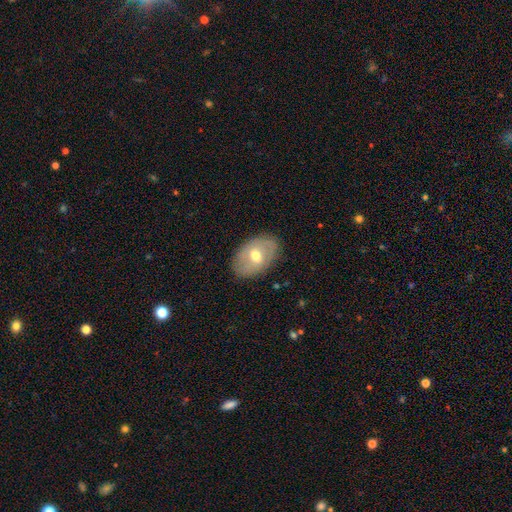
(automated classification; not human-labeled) smooth_or_featured: smooth (p=0.51) [alt: featured or disk p=0.42]
how_rounded: in between (p=0.85) [alt: round p=0.14]
merging: none (p=0.84) [alt: minor disturbance p=0.12]